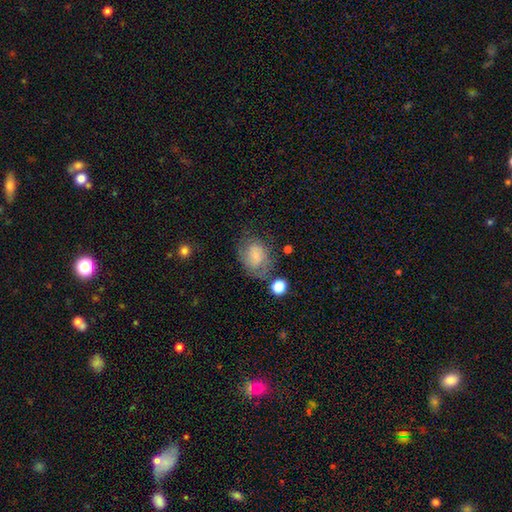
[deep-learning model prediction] smooth_or_featured: smooth (p=0.47) [alt: featured or disk p=0.44]
merging: none (p=0.55) [alt: minor disturbance p=0.25]